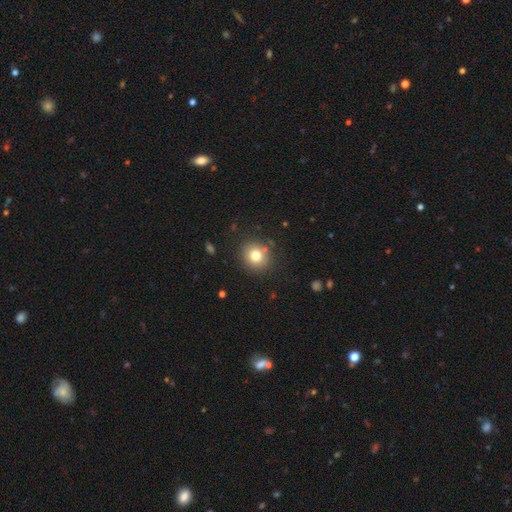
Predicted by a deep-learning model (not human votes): Q: Smooth or featured?
A: smooth (77%); runner-up: star or artifact (12%)
Q: How rounded?
A: round (86%); runner-up: in between (13%)
Q: Merging?
A: none (84%); runner-up: minor disturbance (9%)